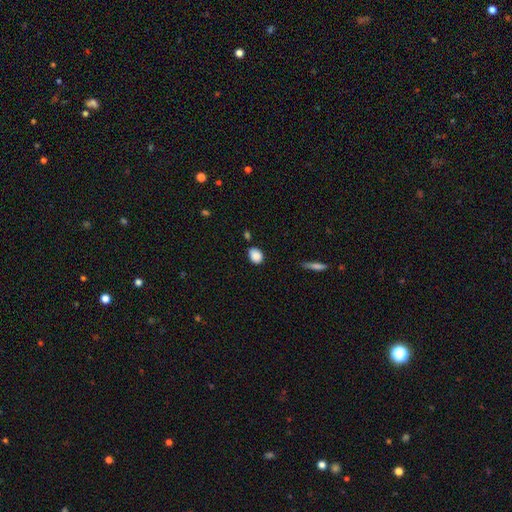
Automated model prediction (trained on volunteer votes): smooth 88%, star or artifact 8%, featured or disk 4%. Down the decision tree: how rounded — in between (70%); merging — none (78%).